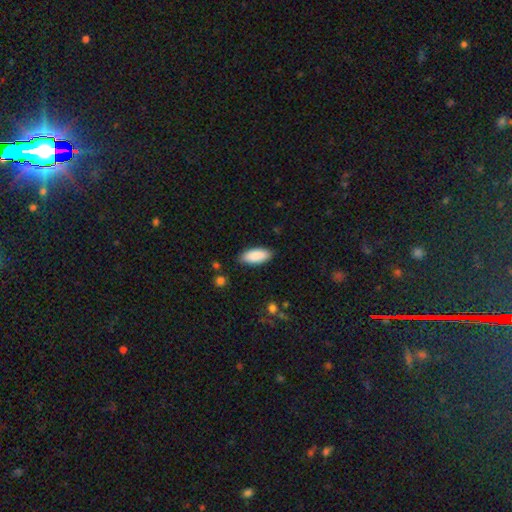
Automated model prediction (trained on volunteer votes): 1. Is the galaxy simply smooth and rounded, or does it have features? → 89% smooth, 6% star or artifact, 5% featured or disk.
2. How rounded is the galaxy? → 87% in between, 11% cigar-shaped, 2% round.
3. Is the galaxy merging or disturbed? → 87% none, 10% minor disturbance, 2% major disturbance, 1% merger.